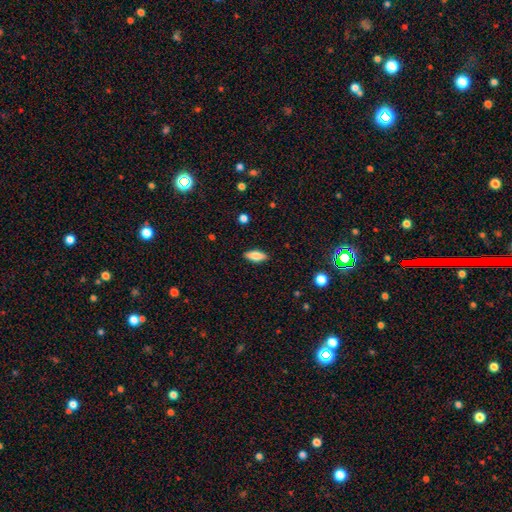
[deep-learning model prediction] A smooth galaxy with no disk features (78%) that is in between round and cigar-shaped (76%).

Vote fractions:
- Smooth or featured? smooth: 78% / featured or disk: 15% / star or artifact: 7%
- How rounded? in between: 76% / cigar-shaped: 21% / round: 2%
- Merging? none: 88% / minor disturbance: 9% / major disturbance: 2% / merger: 1%